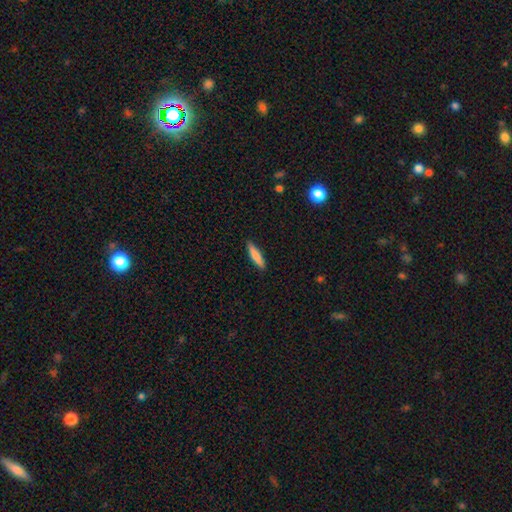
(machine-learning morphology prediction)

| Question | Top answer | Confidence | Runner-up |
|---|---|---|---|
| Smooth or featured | smooth | 76% | featured or disk (18%) |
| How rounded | cigar-shaped | 82% | in between (16%) |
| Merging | none | 90% | minor disturbance (8%) |